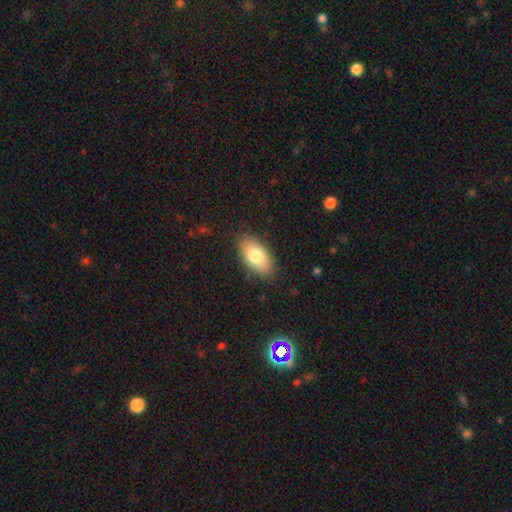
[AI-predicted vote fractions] Smooth or featured? Predicted: smooth (p=0.77). How rounded? Predicted: in between (p=0.92). Merging? Predicted: none (p=0.85).